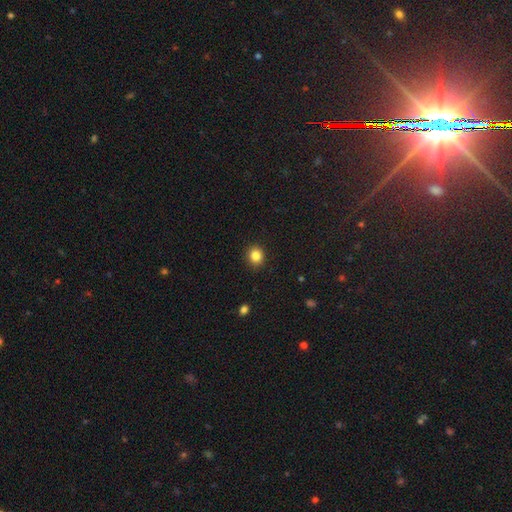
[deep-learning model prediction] Q: Smooth or featured?
A: smooth (85%); runner-up: star or artifact (11%)
Q: How rounded?
A: round (83%); runner-up: in between (16%)
Q: Merging?
A: none (91%); runner-up: minor disturbance (6%)